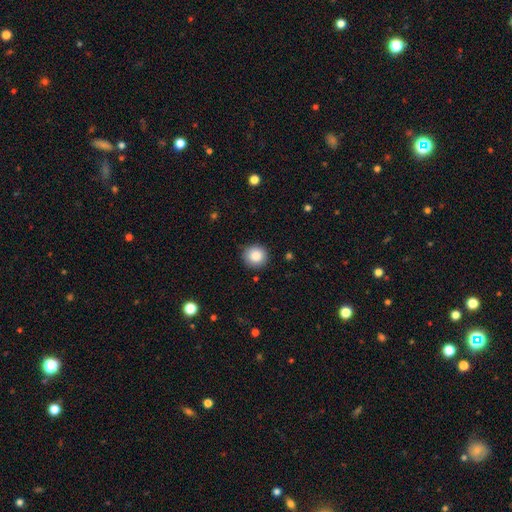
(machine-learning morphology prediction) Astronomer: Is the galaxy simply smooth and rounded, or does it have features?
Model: smooth — 87%.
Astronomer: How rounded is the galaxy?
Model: round — 93%.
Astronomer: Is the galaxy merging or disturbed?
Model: none — 89%.